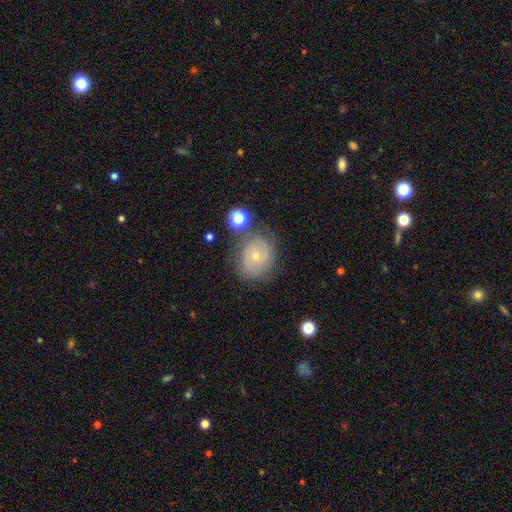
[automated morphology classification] A featured or disk galaxy (62%) with no bar (75%), spiral arms (80%) and a small central bulge (71%).

Vote fractions:
- Smooth or featured? featured or disk: 62% / smooth: 28% / star or artifact: 10%
- Edge-on disk? no: 97% / yes: 3%
- Bar? no: 75% / weak: 21% / strong: 4%
- Spiral arms? yes: 80% / no: 20%
- Bulge size? small: 71% / moderate: 25% / none: 1% / large: 1% / dominant: 1%
- Merging? none: 69% / minor disturbance: 19% / major disturbance: 7% / merger: 5%